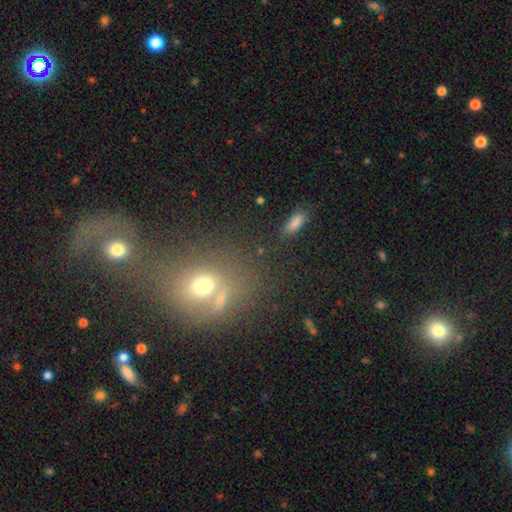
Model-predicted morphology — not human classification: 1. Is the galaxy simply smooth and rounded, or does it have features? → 50% smooth, 30% star or artifact, 19% featured or disk.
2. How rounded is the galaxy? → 66% round, 32% in between, 2% cigar-shaped.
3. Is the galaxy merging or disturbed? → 58% merger, 26% none, 8% major disturbance, 8% minor disturbance.